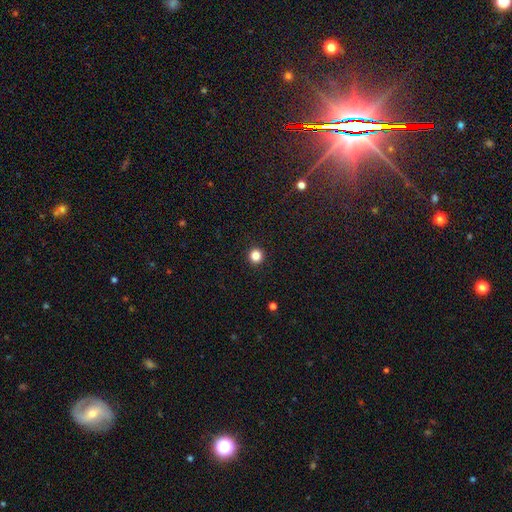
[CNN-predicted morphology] A smooth galaxy with no disk features (84%) that is round (95%).

Vote fractions:
- Smooth or featured? smooth: 84% / star or artifact: 12% / featured or disk: 4%
- How rounded? round: 95% / in between: 4% / cigar-shaped: 1%
- Merging? none: 94% / minor disturbance: 4% / major disturbance: 1% / merger: 1%